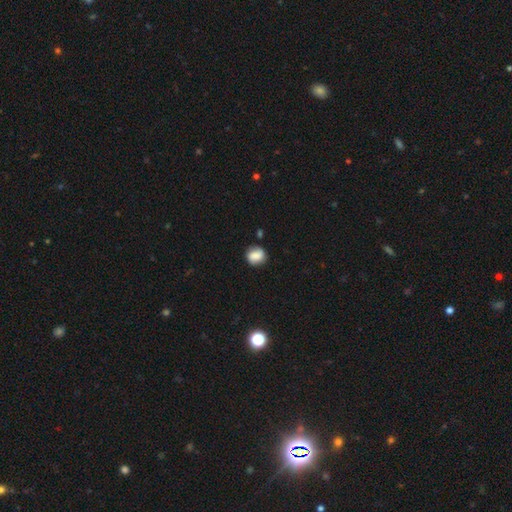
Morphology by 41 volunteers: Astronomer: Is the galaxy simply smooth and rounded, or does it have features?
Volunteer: smooth — 95%.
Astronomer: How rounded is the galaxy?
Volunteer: in between — 51% (runner-up: round, 46%).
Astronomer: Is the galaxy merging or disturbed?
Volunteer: none — 63%.